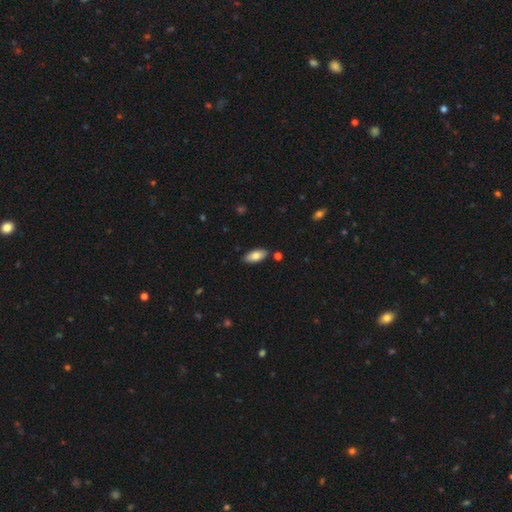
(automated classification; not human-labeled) Overall: smooth (79%). How rounded: in between (87%). Merging: none (84%).